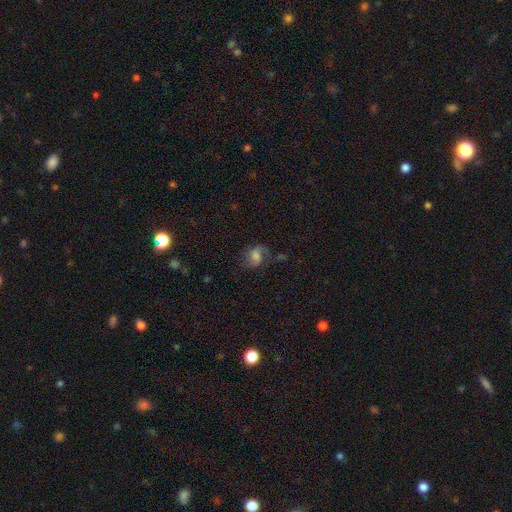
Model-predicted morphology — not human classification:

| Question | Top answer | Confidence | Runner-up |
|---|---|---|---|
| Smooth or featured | smooth | 48% | featured or disk (40%) |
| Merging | none | 49% | minor disturbance (24%) |